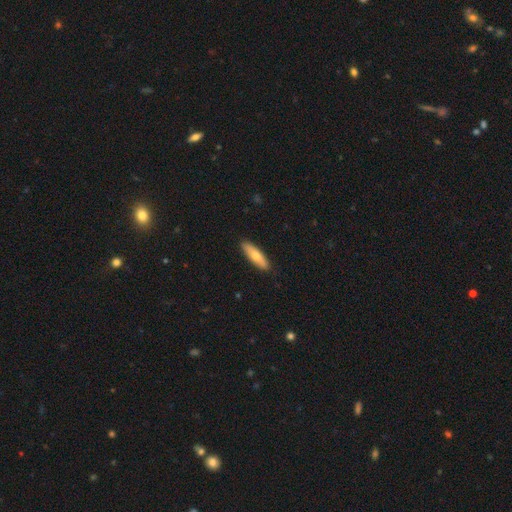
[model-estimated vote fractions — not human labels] smooth 71%, featured or disk 24%, star or artifact 5%. Down the decision tree: how rounded — cigar-shaped (61%); merging — none (89%).